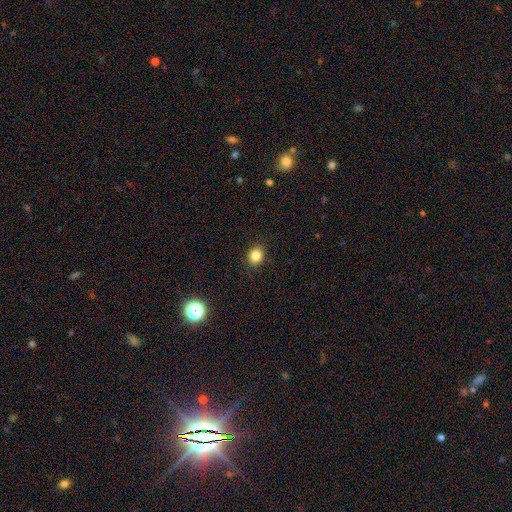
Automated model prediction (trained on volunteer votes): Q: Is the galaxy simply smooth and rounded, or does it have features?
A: smooth — 82%.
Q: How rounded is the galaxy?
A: round — 65%.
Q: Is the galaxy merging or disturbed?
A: none — 90%.